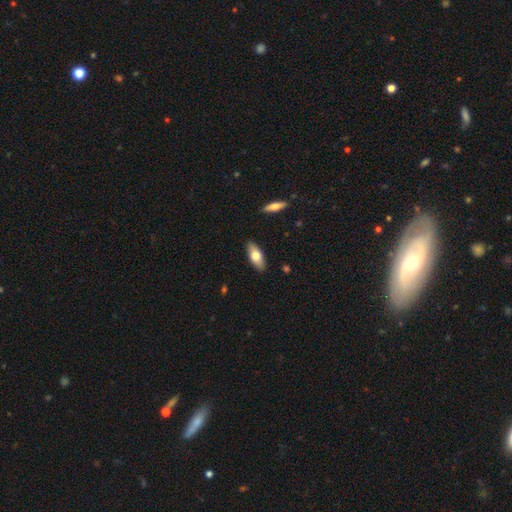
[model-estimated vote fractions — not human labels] The model was most divided on "smooth or featured": smooth: 69%, featured or disk: 25%, star or artifact: 6%. More confident: merging — none (88%); how rounded — in between (79%).